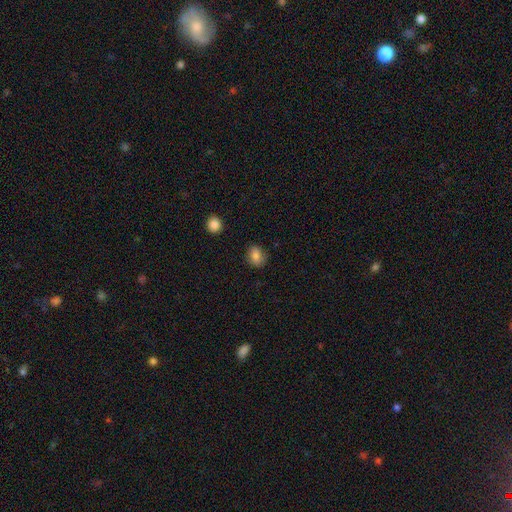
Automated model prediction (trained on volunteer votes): smooth-or-featured: smooth: 84% | star or artifact: 9% | featured or disk: 7%
  how-rounded: in between: 50% | round: 48% | cigar-shaped: 1%
  merging: none: 79% | minor disturbance: 16% | major disturbance: 4% | merger: 2%